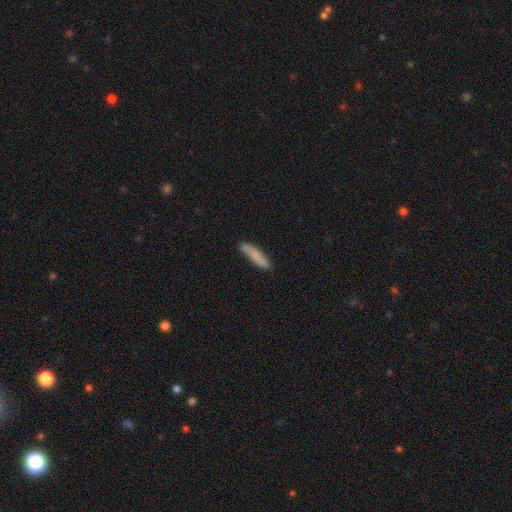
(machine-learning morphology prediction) Overall: smooth (73%). How rounded: cigar-shaped (76%). Merging: none (76%).